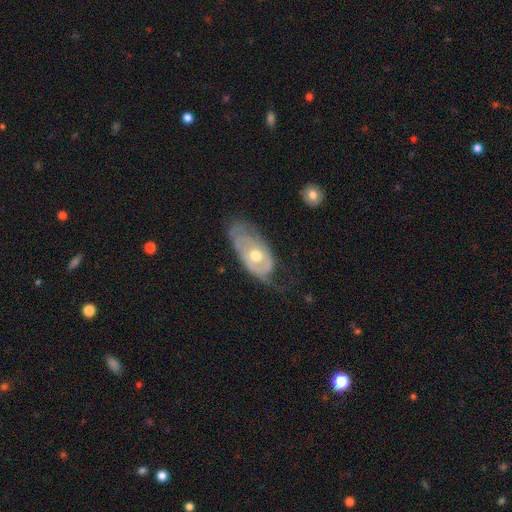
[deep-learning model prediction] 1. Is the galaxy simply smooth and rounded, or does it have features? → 69% featured or disk, 26% smooth, 5% star or artifact.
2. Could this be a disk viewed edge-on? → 90% no, 10% yes.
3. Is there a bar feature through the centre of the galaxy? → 84% no, 13% weak, 3% strong.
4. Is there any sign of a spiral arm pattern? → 57% yes, 43% no.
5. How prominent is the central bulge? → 76% moderate, 11% large, 11% small, 1% dominant, 1% none.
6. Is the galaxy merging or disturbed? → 40% none, 31% minor disturbance, 26% major disturbance, 2% merger.